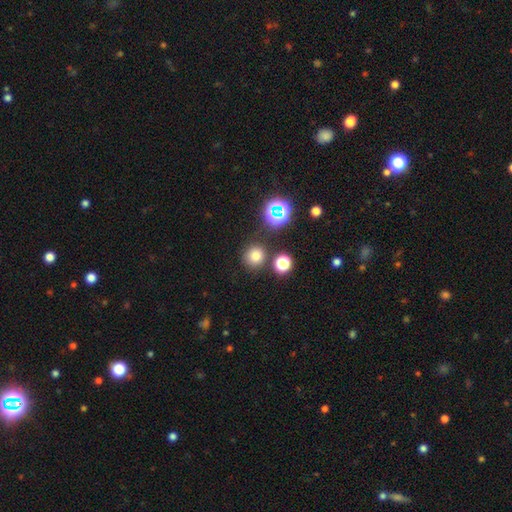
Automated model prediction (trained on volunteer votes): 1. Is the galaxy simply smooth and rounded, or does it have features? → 73% smooth, 21% star or artifact, 7% featured or disk.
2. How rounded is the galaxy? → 90% round, 9% in between, 1% cigar-shaped.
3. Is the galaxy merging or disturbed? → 81% none, 9% minor disturbance, 7% merger, 3% major disturbance.